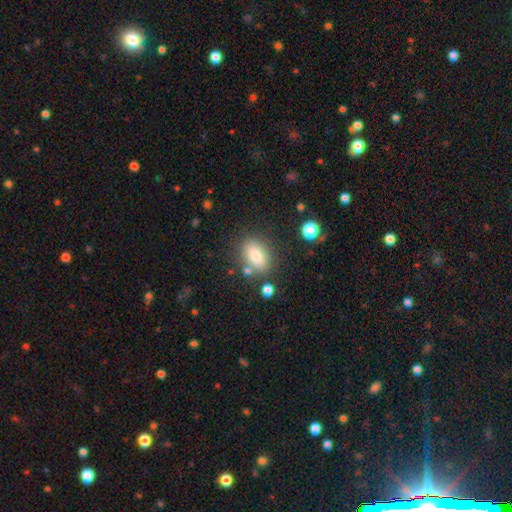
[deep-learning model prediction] A smooth galaxy with no disk features (81%) that is in between round and cigar-shaped (82%). Merging: none (76%).